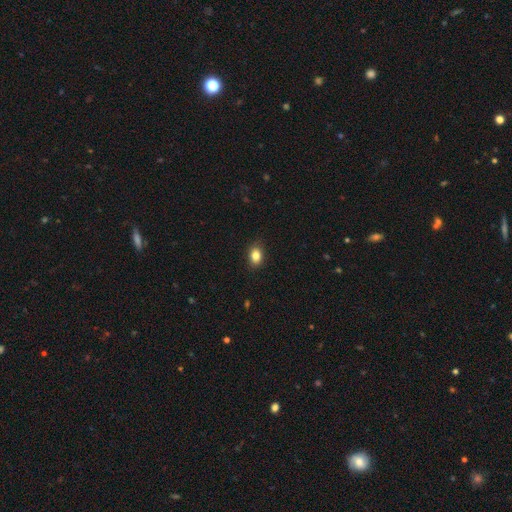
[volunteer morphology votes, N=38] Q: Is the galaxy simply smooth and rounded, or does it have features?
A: smooth — 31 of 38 (82%).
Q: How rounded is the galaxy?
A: in between — 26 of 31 (84%).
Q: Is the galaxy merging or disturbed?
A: none — 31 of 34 (91%).